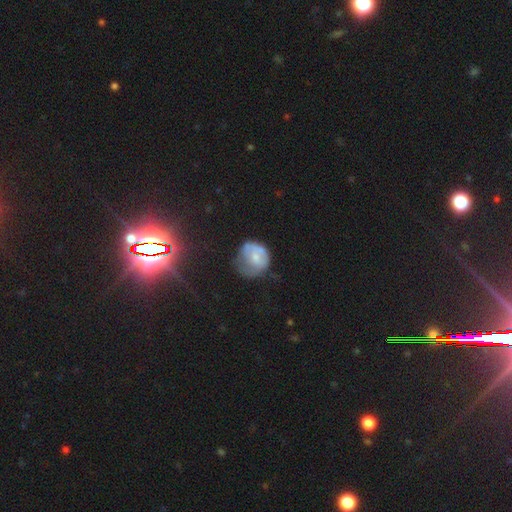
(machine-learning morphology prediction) smooth 52%, featured or disk 39%, star or artifact 9%. Down the decision tree: how rounded — round (71%); merging — none (36%).